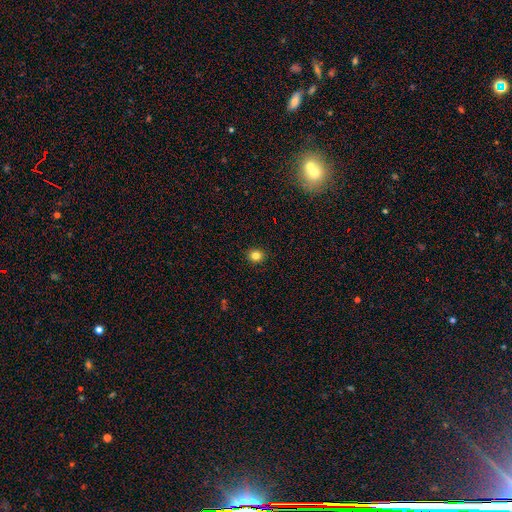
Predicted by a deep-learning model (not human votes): A smooth galaxy with no disk features (82%) that is round (85%).

Vote fractions:
- Smooth or featured? smooth: 82% / star or artifact: 13% / featured or disk: 5%
- How rounded? round: 85% / in between: 14% / cigar-shaped: 1%
- Merging? none: 92% / minor disturbance: 5% / major disturbance: 2% / merger: 1%